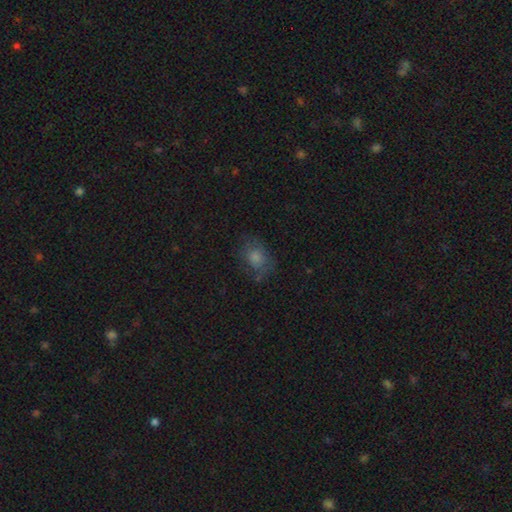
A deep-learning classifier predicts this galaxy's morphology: Smooth or featured? Predicted: smooth (p=0.61). How rounded? Predicted: in between (p=0.60). Merging? Predicted: none (p=0.68).